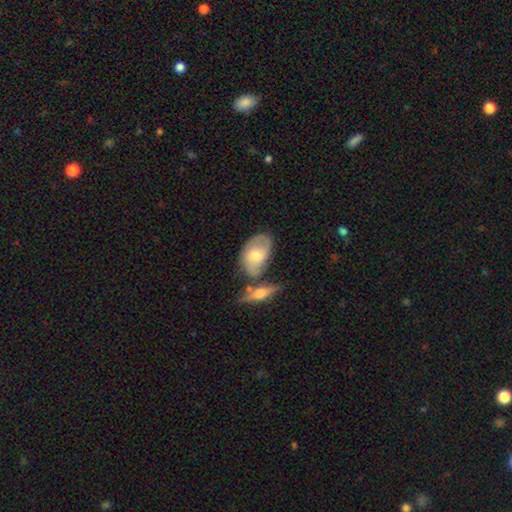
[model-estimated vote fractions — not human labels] Smooth or featured? featured or disk (47%, tied with smooth)
Merging? none (44%)